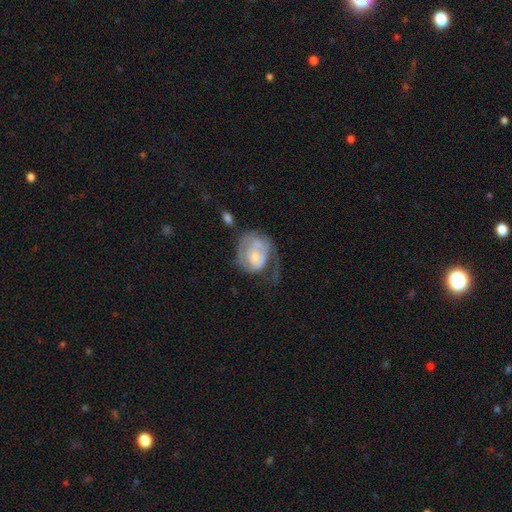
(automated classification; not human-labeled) A featured or disk galaxy (64%) with no bar (73%), spiral arms (72%) and a small central bulge (52%). Merging: major disturbance (41%).